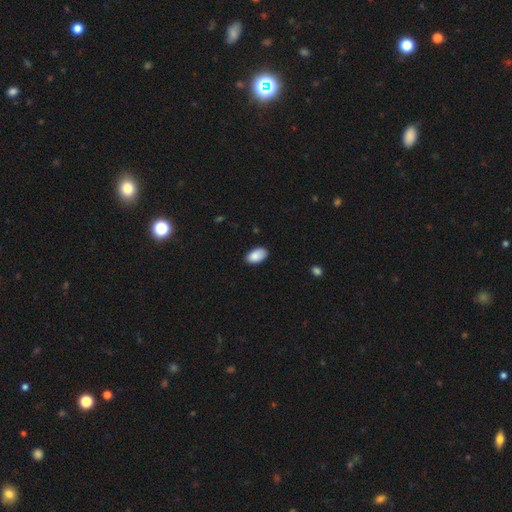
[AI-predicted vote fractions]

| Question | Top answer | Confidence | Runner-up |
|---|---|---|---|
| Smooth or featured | smooth | 88% | star or artifact (7%) |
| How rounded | in between | 95% | round (4%) |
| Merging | none | 85% | minor disturbance (12%) |